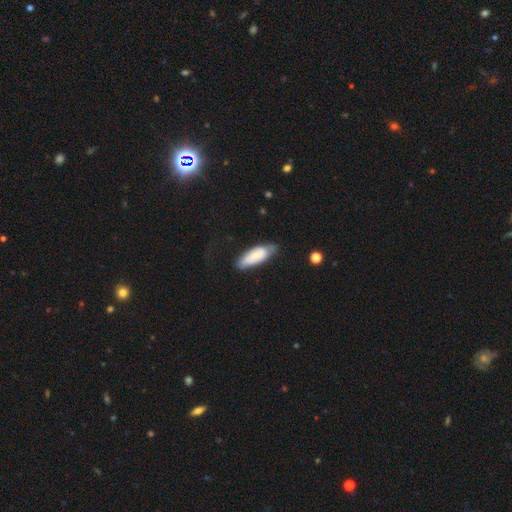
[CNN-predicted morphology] Overall: smooth (62%; featured or disk 31%). How rounded: in between (68%; cigar-shaped 30%). Merging: none (63%; minor disturbance 28%).